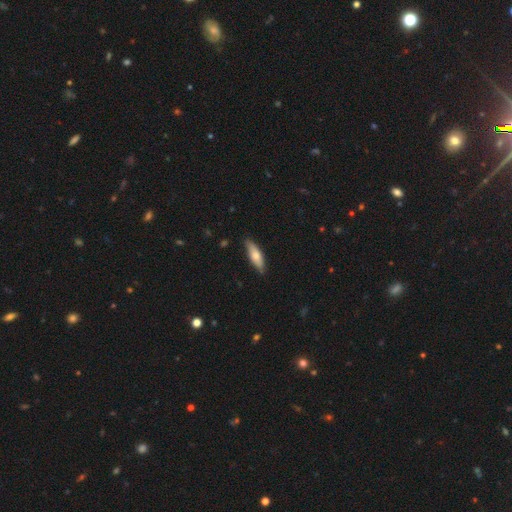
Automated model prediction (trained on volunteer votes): A smooth galaxy with no disk features (67%) that is cigar-shaped (50%). Merging: none (81%).